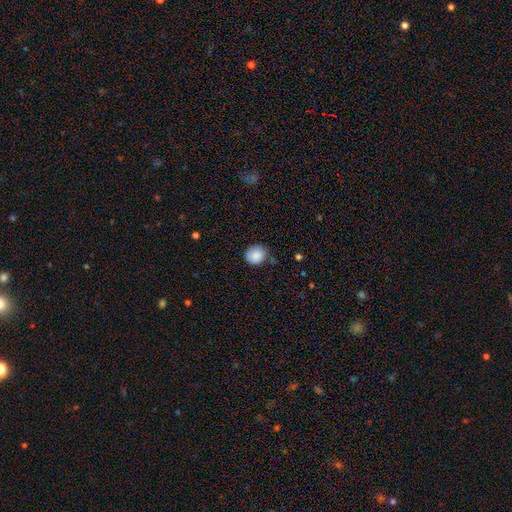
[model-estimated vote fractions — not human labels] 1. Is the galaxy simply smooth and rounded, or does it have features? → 87% smooth, 8% star or artifact, 4% featured or disk.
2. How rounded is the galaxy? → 87% round, 12% in between, 1% cigar-shaped.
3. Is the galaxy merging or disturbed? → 77% none, 18% minor disturbance, 3% major disturbance, 2% merger.